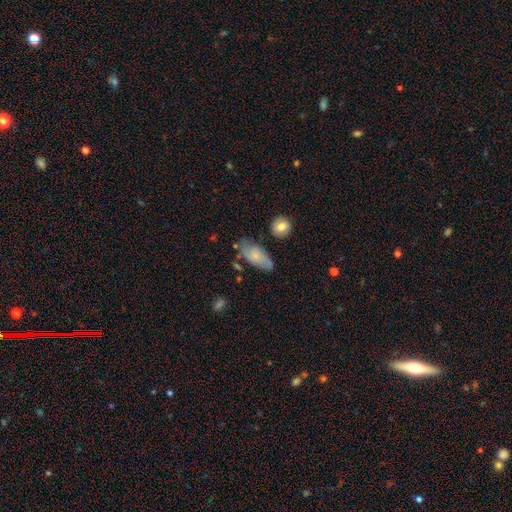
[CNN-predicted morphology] The model was most divided on "smooth or featured": smooth: 59%, featured or disk: 34%, star or artifact: 7%. More confident: how rounded — in between (89%); merging — none (56%).